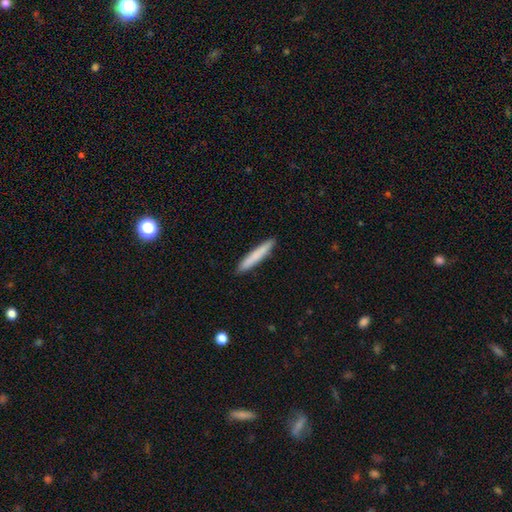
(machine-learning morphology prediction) smooth-or-featured: smooth: 79% | featured or disk: 16% | star or artifact: 6%
  how-rounded: cigar-shaped: 95% | in between: 4% | round: 1%
  merging: none: 91% | minor disturbance: 6% | major disturbance: 1% | merger: 1%